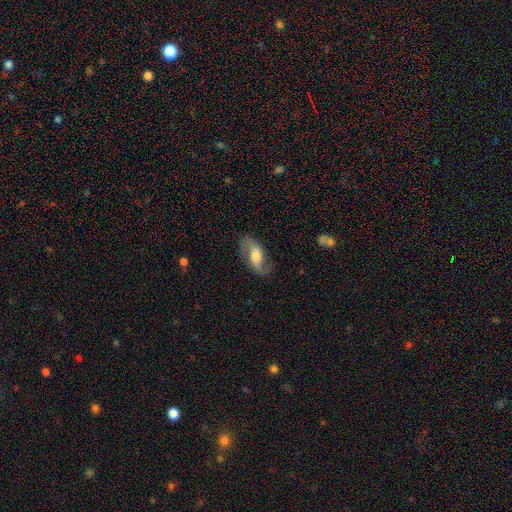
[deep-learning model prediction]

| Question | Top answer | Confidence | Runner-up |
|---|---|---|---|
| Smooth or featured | featured or disk | 73% | smooth (21%) |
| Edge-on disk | no | 93% | yes (7%) |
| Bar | weak | 40% | no (38%) |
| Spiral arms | yes | 91% | no (9%) |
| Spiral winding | loose | 62% | medium (29%) |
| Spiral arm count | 2 | 90% | 1 (4%) |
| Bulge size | moderate | 61% | small (18%) |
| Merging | none | 76% | minor disturbance (15%) |